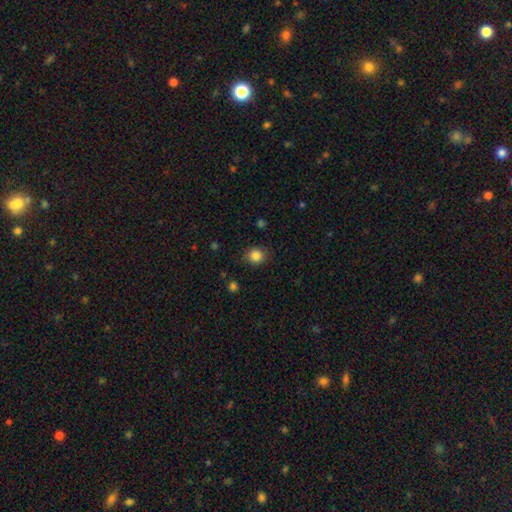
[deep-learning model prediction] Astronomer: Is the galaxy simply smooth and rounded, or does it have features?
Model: smooth — 85%.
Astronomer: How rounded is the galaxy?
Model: round — 80%.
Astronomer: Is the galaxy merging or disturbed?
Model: none — 82%.